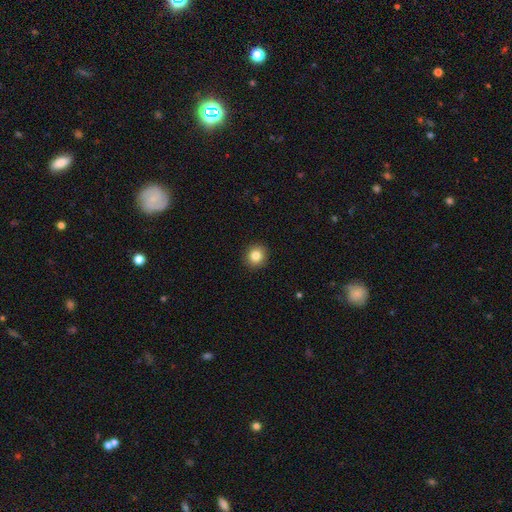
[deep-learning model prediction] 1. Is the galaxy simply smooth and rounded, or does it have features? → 84% smooth, 10% star or artifact, 6% featured or disk.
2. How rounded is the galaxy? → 89% round, 10% in between, 1% cigar-shaped.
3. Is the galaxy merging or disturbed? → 92% none, 5% minor disturbance, 2% major disturbance, 1% merger.